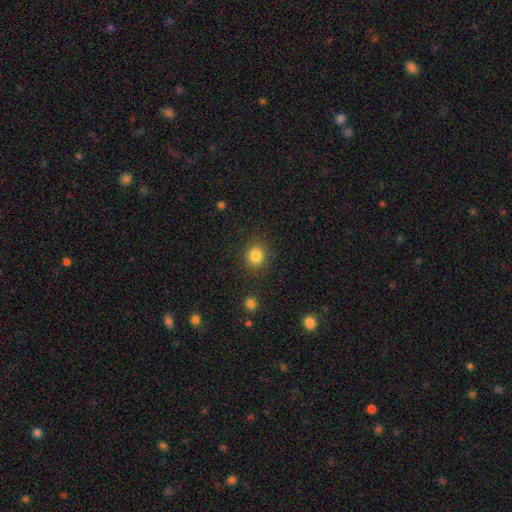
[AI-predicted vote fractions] Smooth or featured? Predicted: smooth (p=0.84). How rounded? Predicted: round (p=0.83). Merging? Predicted: none (p=0.87).